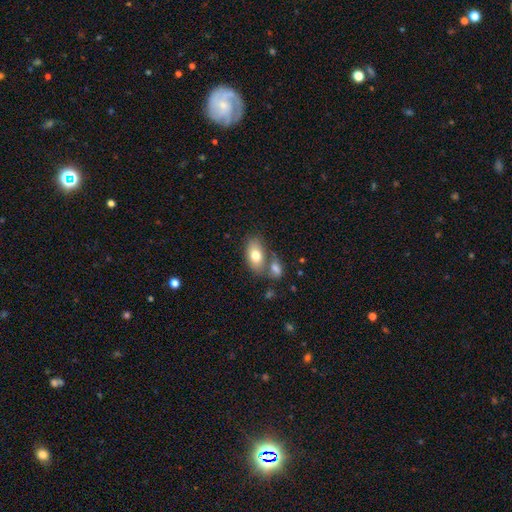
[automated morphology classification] smooth_or_featured: smooth (p=0.77) [alt: featured or disk p=0.16]
how_rounded: in between (p=0.91) [alt: round p=0.07]
merging: none (p=0.50) [alt: merger p=0.32]